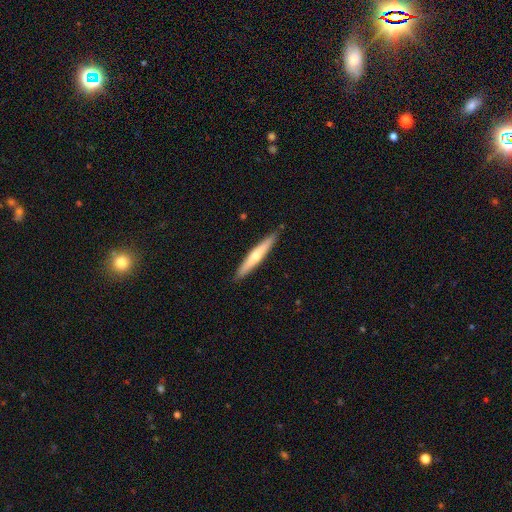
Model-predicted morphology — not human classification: Overall: smooth (48%; featured or disk 47%). Merging: none (89%).